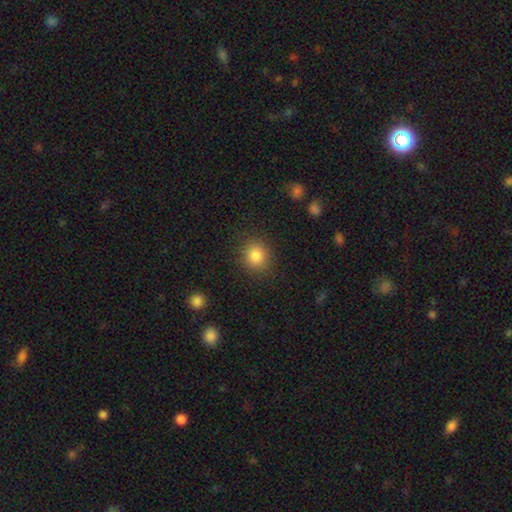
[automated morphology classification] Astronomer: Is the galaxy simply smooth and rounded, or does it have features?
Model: smooth — 84%.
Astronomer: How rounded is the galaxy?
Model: round — 81%.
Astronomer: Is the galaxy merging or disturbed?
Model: none — 87%.